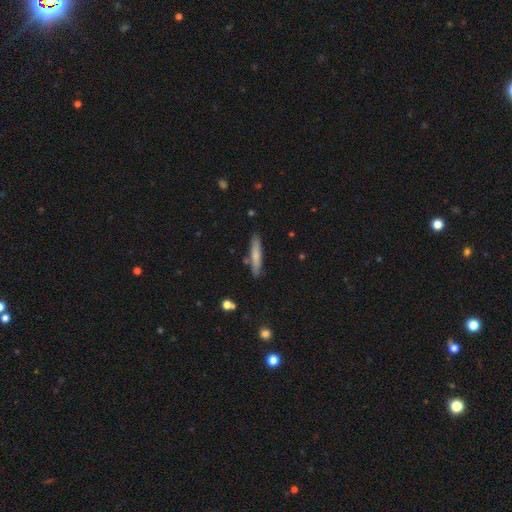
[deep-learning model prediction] Morphology: type=smooth (72%); roundness=cigar-shaped (91%); merging=none (84%).